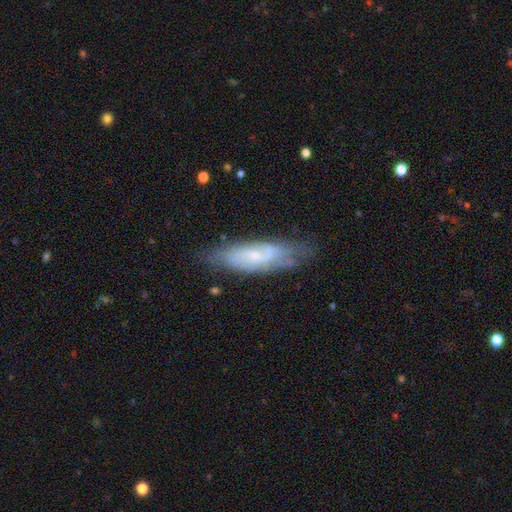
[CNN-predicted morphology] featured or disk 57%, smooth 35%, star or artifact 8%. Down the decision tree: edge-on disk — no (75%); merging — none (67%).